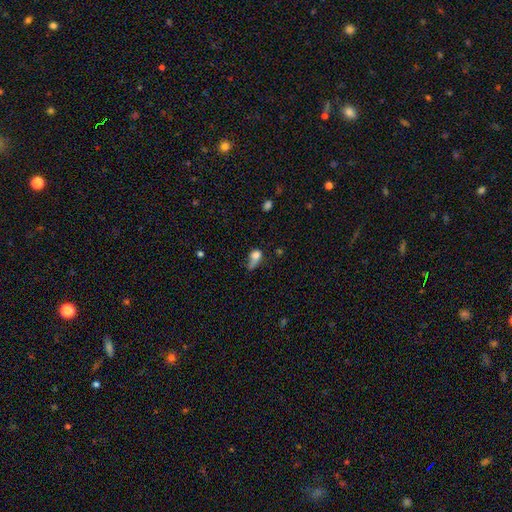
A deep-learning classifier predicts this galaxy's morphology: This appears to be a smooth galaxy with no disk features (70%) that is in between round and cigar-shaped (60%). Merging: major disturbance (40%).